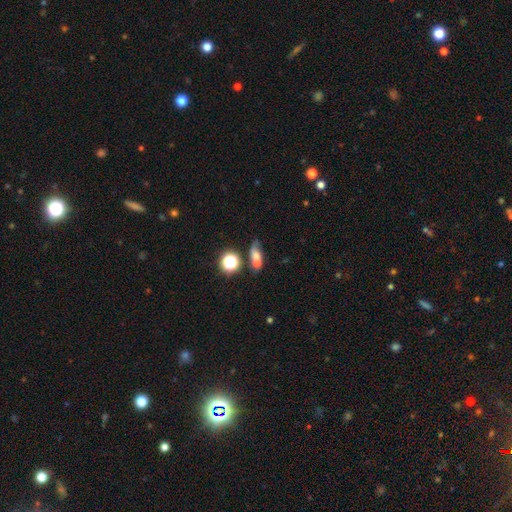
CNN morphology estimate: Smooth or featured?
  - smooth: 54% *
  - featured or disk: 26%
  - star or artifact: 21%
How rounded?
  - in between: 47% *
  - round: 40%
  - cigar-shaped: 13%
Merging?
  - merger: 39% *
  - none: 35%
  - minor disturbance: 15%
  - major disturbance: 12%